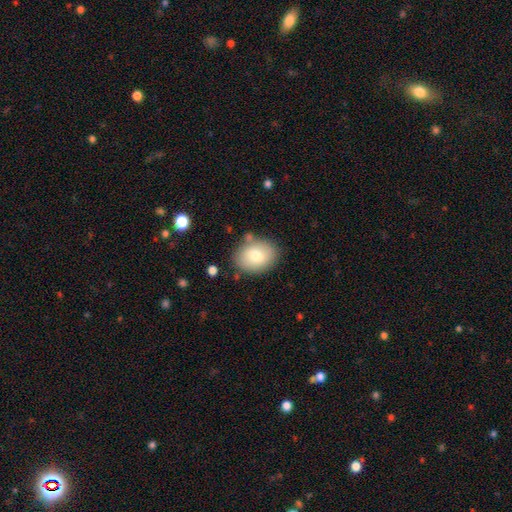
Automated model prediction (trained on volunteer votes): Smooth or featured? smooth (75%)
How rounded? in between (61%)
Merging? none (80%)